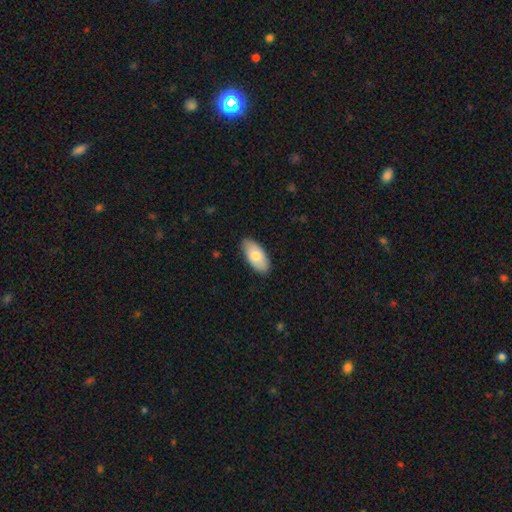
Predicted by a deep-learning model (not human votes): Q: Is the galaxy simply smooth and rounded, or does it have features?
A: smooth — 78%.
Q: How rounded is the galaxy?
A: in between — 92%.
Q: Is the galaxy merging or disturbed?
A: none — 86%.